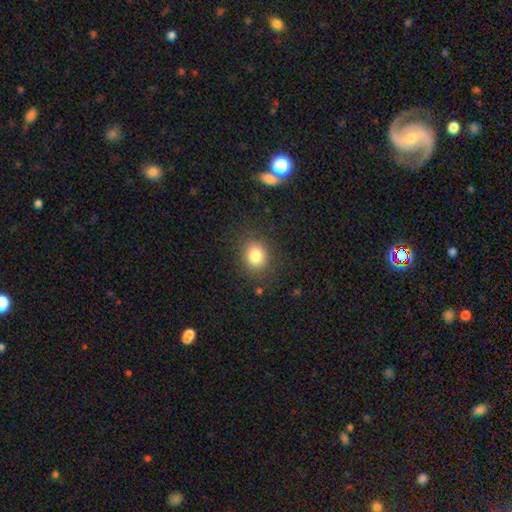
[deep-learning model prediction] The model was most divided on "how rounded": round: 55%, in between: 44%, cigar-shaped: 1%. More confident: merging — none (84%); smooth or featured — smooth (82%).